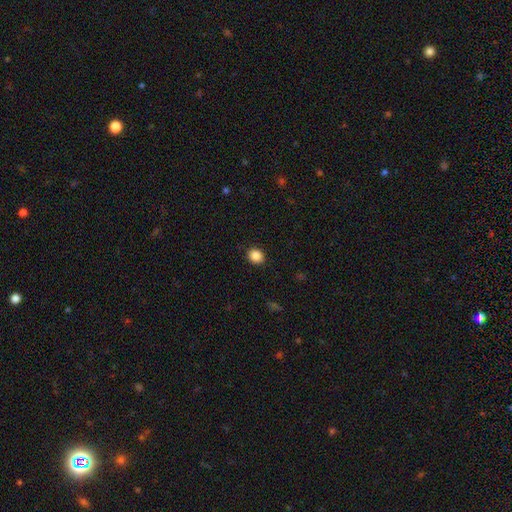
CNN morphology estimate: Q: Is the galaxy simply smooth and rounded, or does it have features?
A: smooth — 87%.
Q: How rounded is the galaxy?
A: round — 72%.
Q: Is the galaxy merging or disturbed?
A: none — 90%.